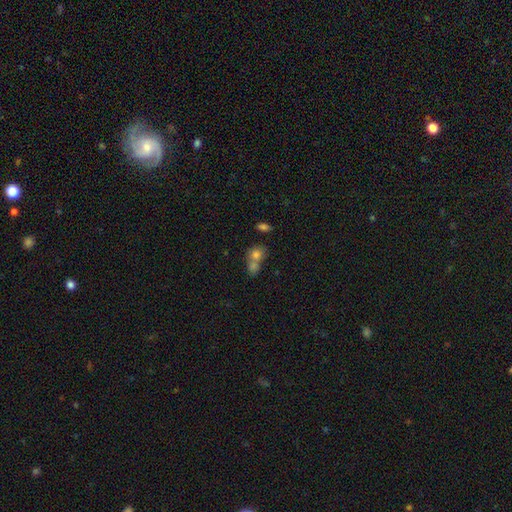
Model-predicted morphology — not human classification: This appears to be a smooth galaxy with no disk features (67%) that is round (56%). Merging: merger (57%).